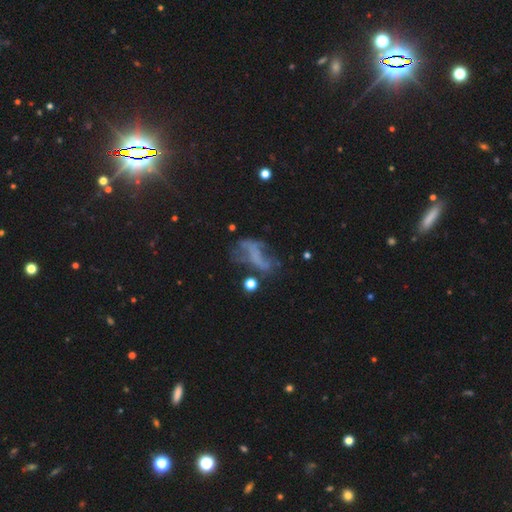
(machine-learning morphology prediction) smooth-or-featured: featured or disk: 50% | smooth: 28% | star or artifact: 22%
  merging: major disturbance: 37% | none: 32% | minor disturbance: 21% | merger: 10%